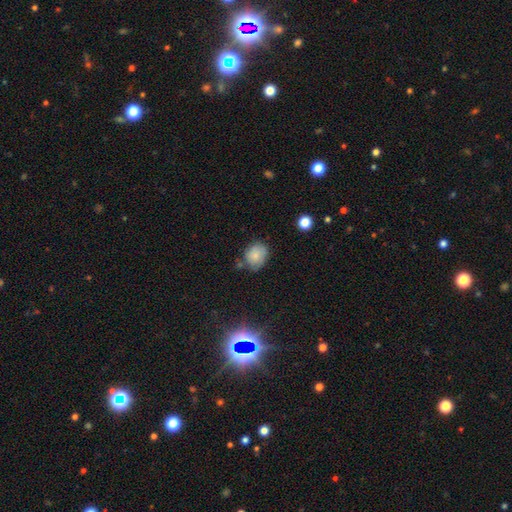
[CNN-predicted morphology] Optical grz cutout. It shows a smooth galaxy with no disk features (78%) that is round (53%). Merging: none (61%).